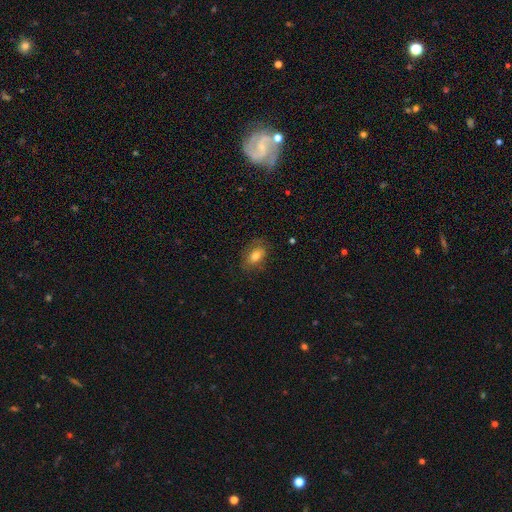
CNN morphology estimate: Overall: smooth (76%). How rounded: in between (88%). Merging: none (76%).